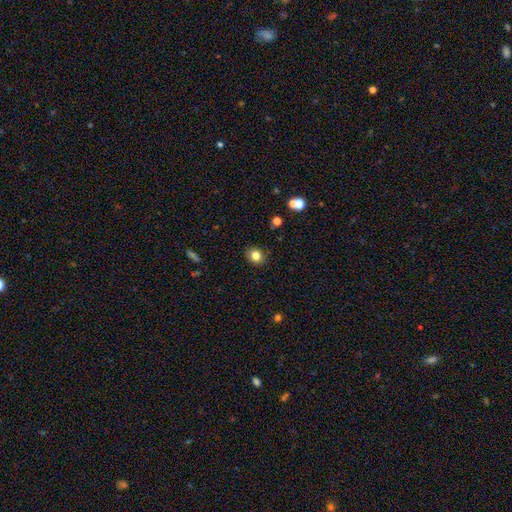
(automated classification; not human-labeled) A smooth galaxy with no disk features (81%) that is round (60%). Merging: none (88%).